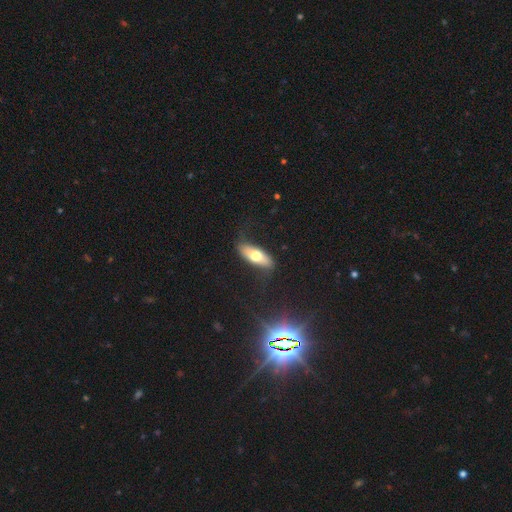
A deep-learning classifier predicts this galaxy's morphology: A smooth galaxy with no disk features (59%) that is in between round and cigar-shaped (67%).

Vote fractions:
- Smooth or featured? smooth: 59% / featured or disk: 34% / star or artifact: 6%
- How rounded? in between: 67% / cigar-shaped: 30% / round: 3%
- Merging? none: 75% / minor disturbance: 18% / major disturbance: 6% / merger: 2%